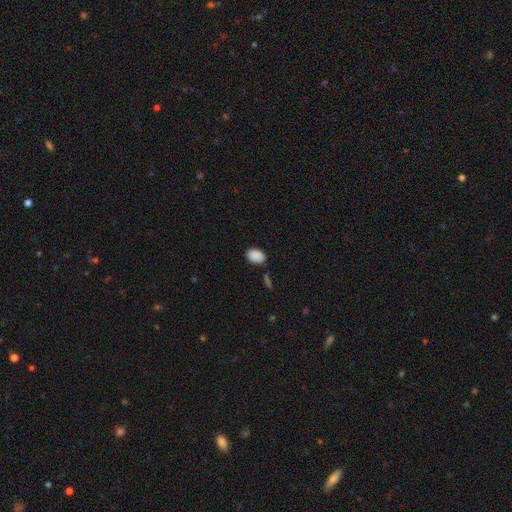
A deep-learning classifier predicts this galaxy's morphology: Smooth or featured?
  - smooth: 89% *
  - star or artifact: 7%
  - featured or disk: 4%
How rounded?
  - in between: 87% *
  - round: 12%
  - cigar-shaped: 1%
Merging?
  - none: 81% *
  - minor disturbance: 12%
  - merger: 4%
  - major disturbance: 3%